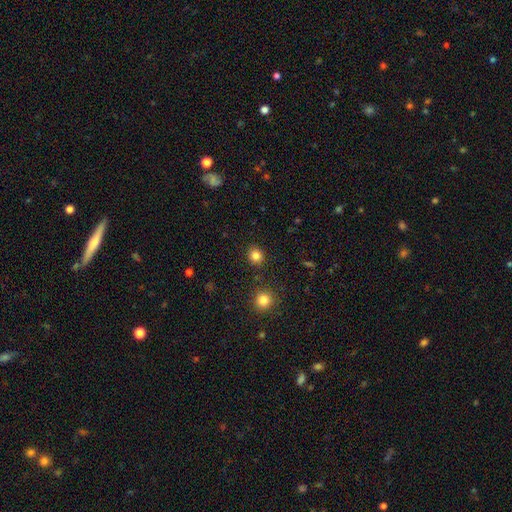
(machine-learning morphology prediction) Smooth or featured?
  - smooth: 83% *
  - star or artifact: 12%
  - featured or disk: 4%
How rounded?
  - round: 79% *
  - in between: 20%
  - cigar-shaped: 1%
Merging?
  - none: 88% *
  - minor disturbance: 7%
  - merger: 3%
  - major disturbance: 3%